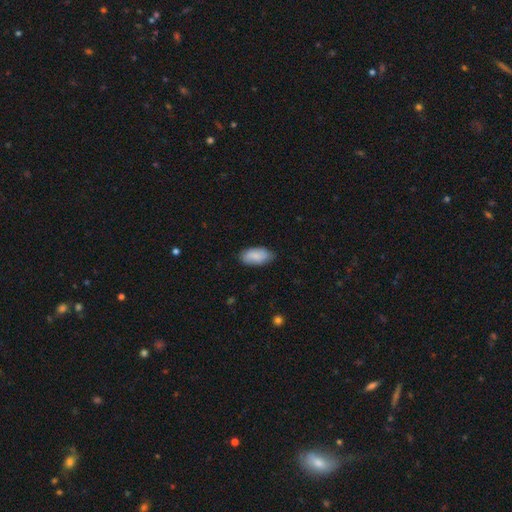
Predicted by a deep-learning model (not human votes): This is clearly a smooth galaxy (86%). How rounded: clearly in between (93%). Merging: likely none (79%).